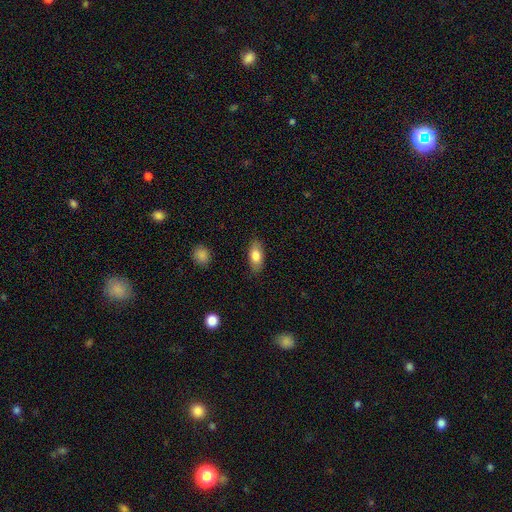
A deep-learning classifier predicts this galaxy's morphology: smooth-or-featured: smooth: 79% | featured or disk: 14% | star or artifact: 7%
  how-rounded: in between: 86% | cigar-shaped: 10% | round: 4%
  merging: none: 85% | minor disturbance: 12% | major disturbance: 3% | merger: 1%